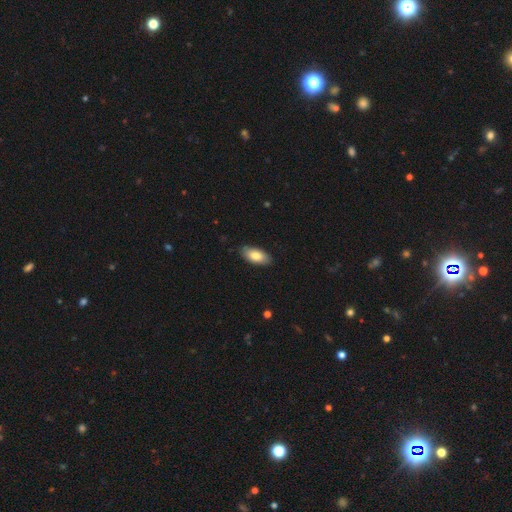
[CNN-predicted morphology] The model was most divided on "smooth or featured": smooth: 81%, featured or disk: 14%, star or artifact: 6%. More confident: how rounded — in between (92%); merging — none (86%).